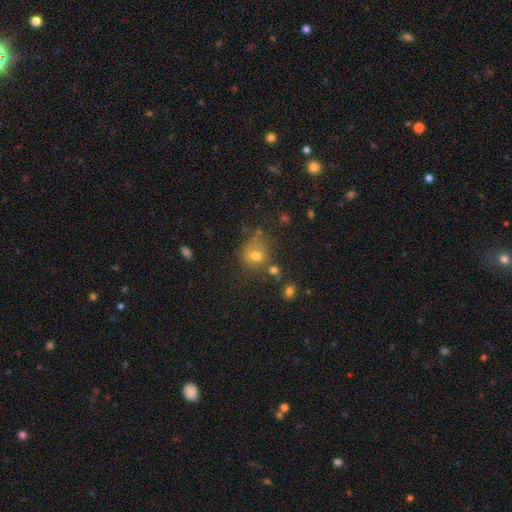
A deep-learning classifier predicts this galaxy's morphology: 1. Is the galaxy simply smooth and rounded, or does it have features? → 64% smooth, 20% star or artifact, 16% featured or disk.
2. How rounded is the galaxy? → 60% round, 38% in between, 1% cigar-shaped.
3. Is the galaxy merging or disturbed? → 50% none, 20% minor disturbance, 17% merger, 13% major disturbance.